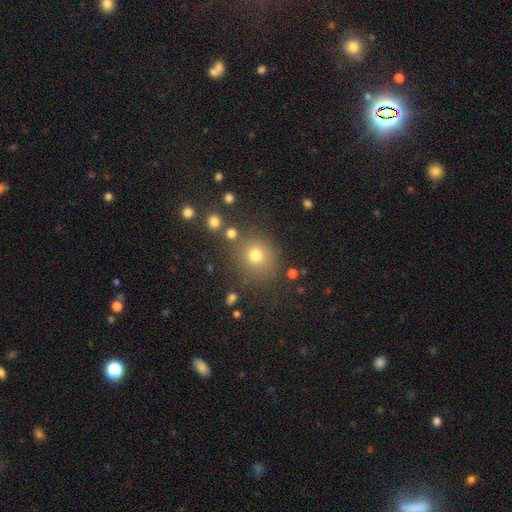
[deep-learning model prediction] Smooth or featured?
  - smooth: 67% *
  - star or artifact: 24%
  - featured or disk: 9%
How rounded?
  - round: 84% *
  - in between: 15%
  - cigar-shaped: 1%
Merging?
  - none: 79% *
  - minor disturbance: 10%
  - merger: 7%
  - major disturbance: 4%